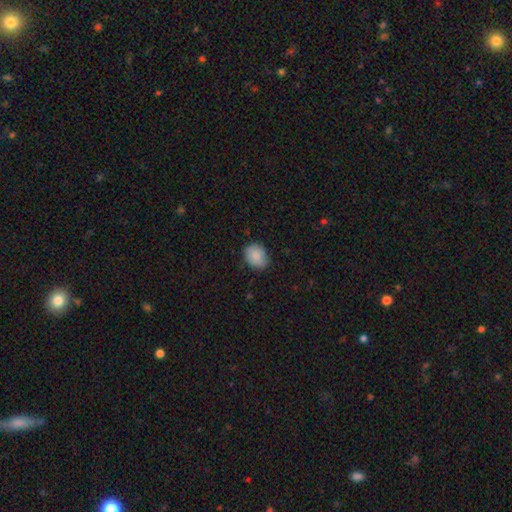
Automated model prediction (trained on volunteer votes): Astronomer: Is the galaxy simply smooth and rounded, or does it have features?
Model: smooth — 86%.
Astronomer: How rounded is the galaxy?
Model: round — 51% (runner-up: in between, 48%).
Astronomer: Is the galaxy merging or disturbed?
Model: none — 75%.